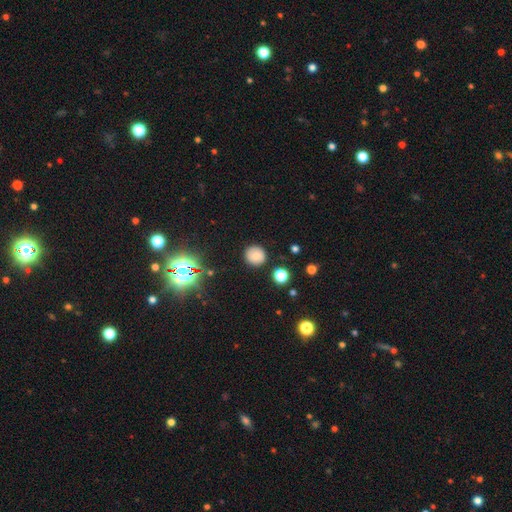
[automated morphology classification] Smooth or featured? smooth (76%)
How rounded? round (92%)
Merging? none (87%)